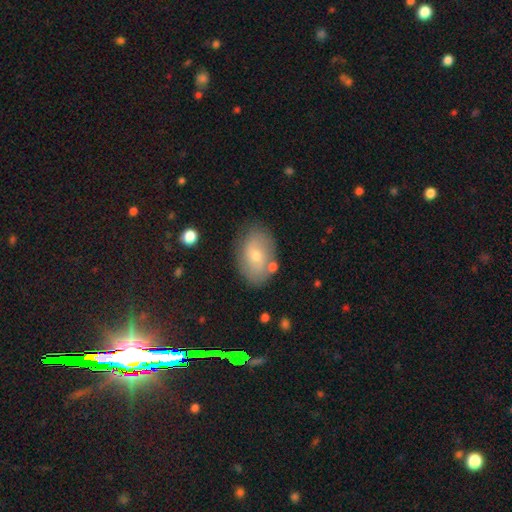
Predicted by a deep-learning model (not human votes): smooth 54%, featured or disk 37%, star or artifact 9%. Down the decision tree: how rounded — in between (87%); merging — none (75%).